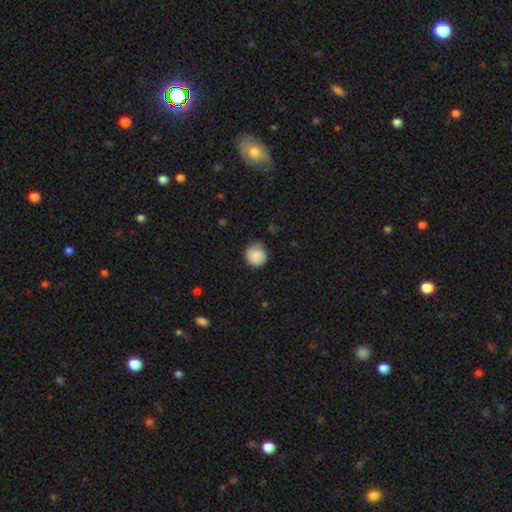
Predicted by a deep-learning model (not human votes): Smooth or featured?
  - smooth: 86% *
  - star or artifact: 7%
  - featured or disk: 6%
How rounded?
  - round: 92% *
  - in between: 7%
  - cigar-shaped: 1%
Merging?
  - none: 75% *
  - minor disturbance: 20%
  - major disturbance: 3%
  - merger: 1%